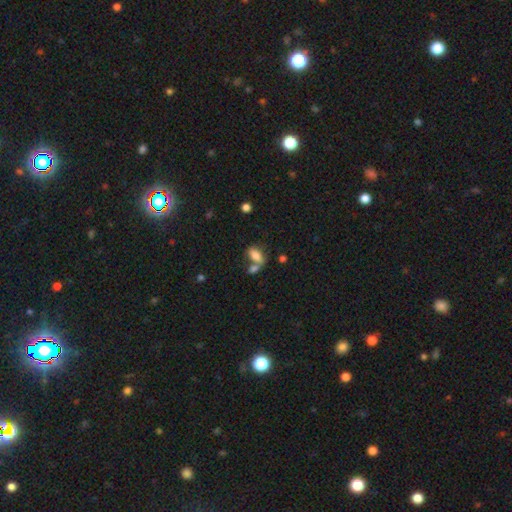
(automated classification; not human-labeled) smooth_or_featured: smooth (p=0.77) [alt: featured or disk p=0.13]
how_rounded: in between (p=0.86) [alt: cigar-shaped p=0.09]
merging: none (p=0.43) [alt: merger p=0.37]